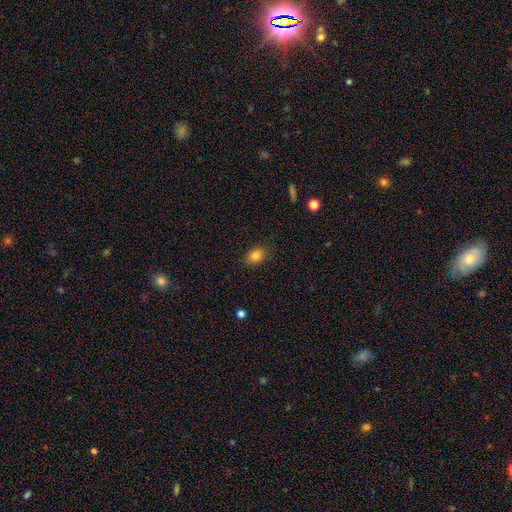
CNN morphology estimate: Q: Smooth or featured?
A: smooth (83%); runner-up: star or artifact (10%)
Q: How rounded?
A: in between (74%); runner-up: round (24%)
Q: Merging?
A: none (84%); runner-up: minor disturbance (12%)